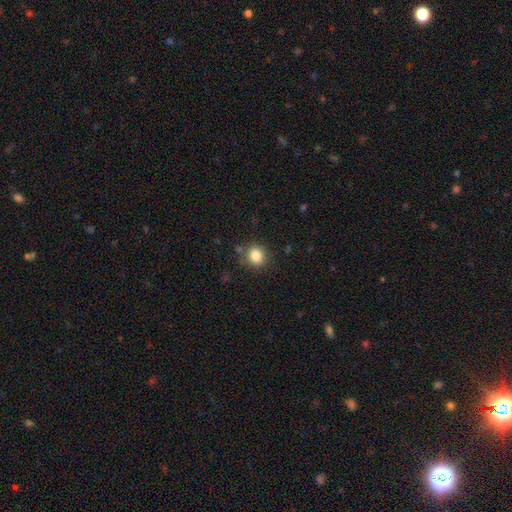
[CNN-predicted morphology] Overall: smooth (84%). How rounded: round (77%). Merging: none (83%).